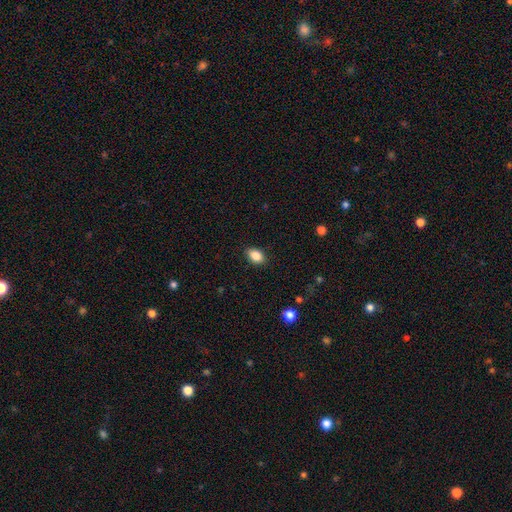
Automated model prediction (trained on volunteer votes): The model was most divided on "how rounded": in between: 85%, round: 13%, cigar-shaped: 1%. More confident: merging — none (88%); smooth or featured — smooth (86%).